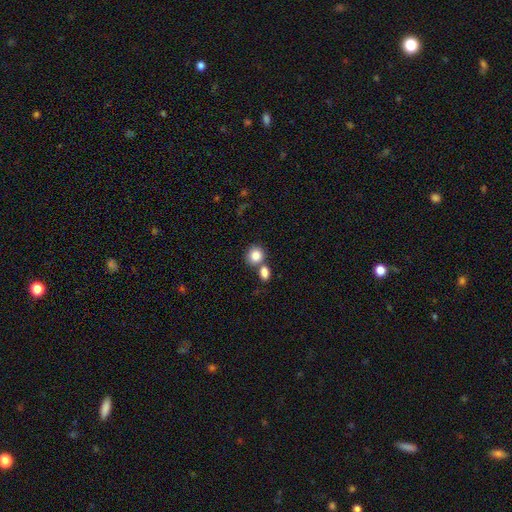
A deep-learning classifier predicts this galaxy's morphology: type=smooth (85%); roundness=round (77%); merging=none (53%).